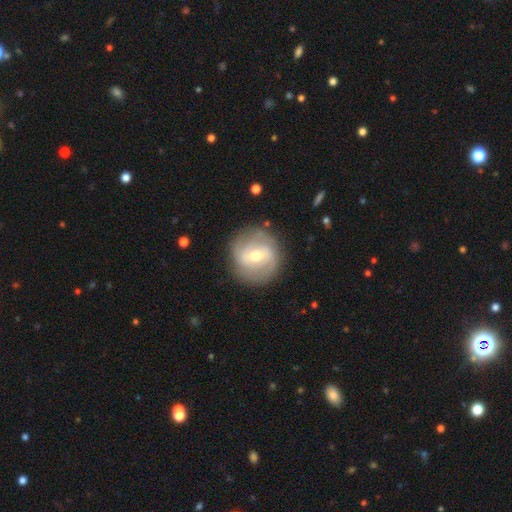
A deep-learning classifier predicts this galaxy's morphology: smooth_or_featured: featured or disk (p=0.61) [alt: smooth p=0.33]
disk_edge_on: no (p=0.97) [alt: yes p=0.03]
bar: weak (p=0.52) [alt: no p=0.28]
has_spiral_arms: yes (p=0.73) [alt: no p=0.27]
bulge_size: moderate (p=0.64) [alt: small p=0.29]
merging: none (p=0.81) [alt: minor disturbance p=0.13]